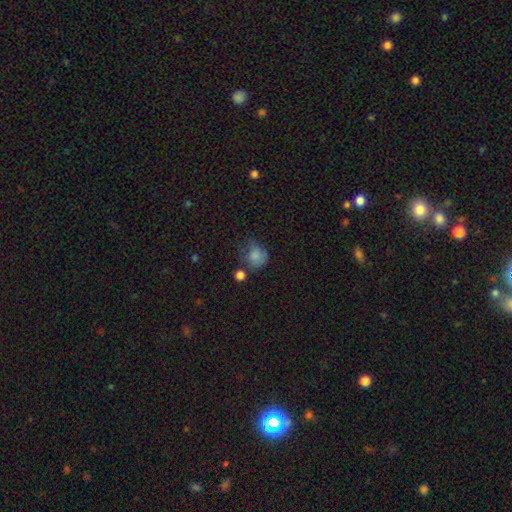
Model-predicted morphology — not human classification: Smooth or featured? Predicted: smooth (p=0.79). How rounded? Predicted: round (p=0.73). Merging? Predicted: none (p=0.43).